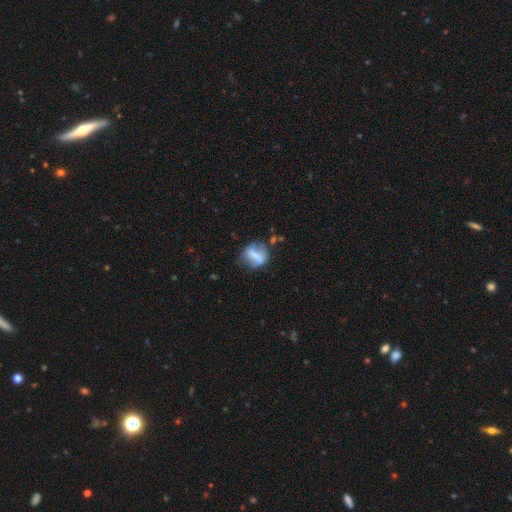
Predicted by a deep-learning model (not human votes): A smooth galaxy with no disk features (50%) that is round (46%).

Vote fractions:
- Smooth or featured? smooth: 50% / featured or disk: 40% / star or artifact: 10%
- How rounded? round: 46% / in between: 45% / cigar-shaped: 9%
- Merging? none: 52% / minor disturbance: 24% / major disturbance: 14% / merger: 9%